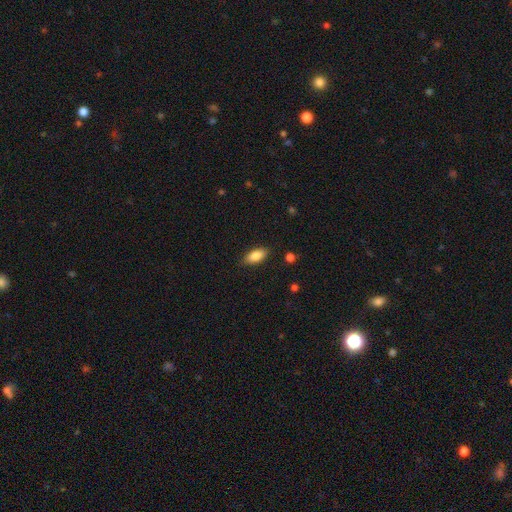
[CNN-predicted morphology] The model was most divided on "merging": none: 86%, minor disturbance: 11%, major disturbance: 2%, merger: 1%. More confident: how rounded — in between (87%); smooth or featured — smooth (85%).